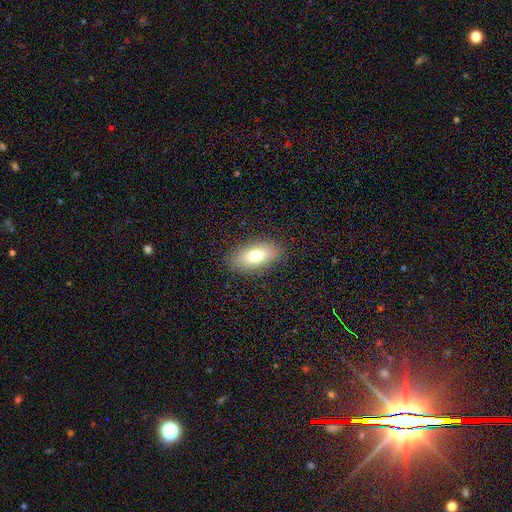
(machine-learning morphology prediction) smooth_or_featured: smooth (p=0.72) [alt: featured or disk p=0.18]
how_rounded: in between (p=0.87) [alt: cigar-shaped p=0.07]
merging: none (p=0.86) [alt: minor disturbance p=0.10]